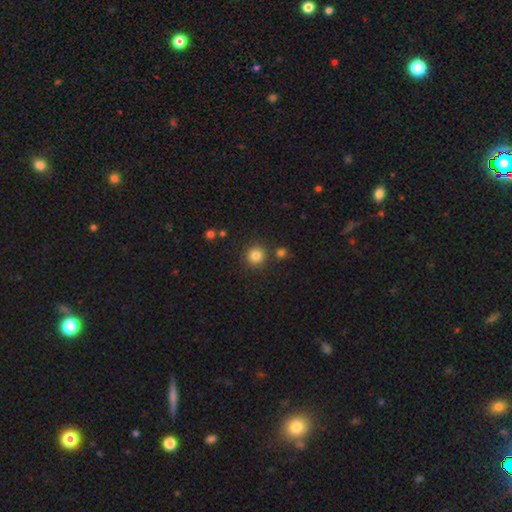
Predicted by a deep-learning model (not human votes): A smooth galaxy with no disk features (83%) that is round (93%). Merging: none (84%).